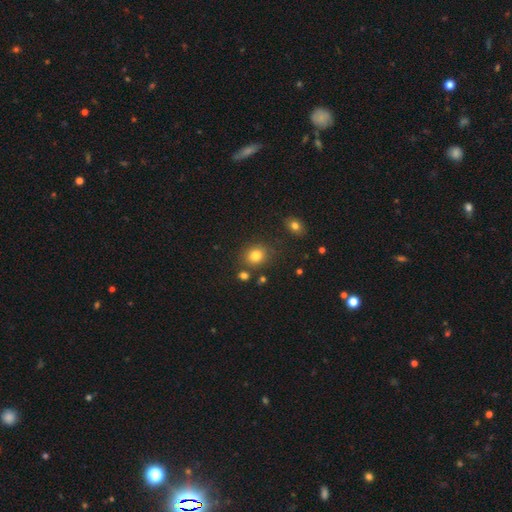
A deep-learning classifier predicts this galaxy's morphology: smooth_or_featured: smooth (p=0.80) [alt: star or artifact p=0.13]
how_rounded: round (p=0.70) [alt: in between p=0.29]
merging: none (p=0.79) [alt: minor disturbance p=0.11]